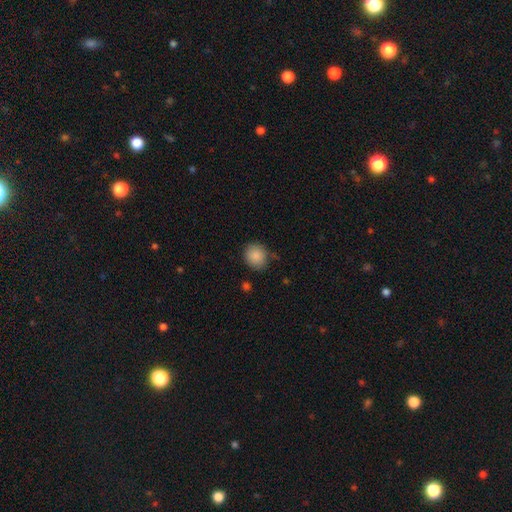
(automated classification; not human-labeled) smooth-or-featured: smooth: 88% | star or artifact: 8% | featured or disk: 4%
  how-rounded: round: 81% | in between: 18% | cigar-shaped: 1%
  merging: none: 78% | minor disturbance: 15% | major disturbance: 4% | merger: 3%